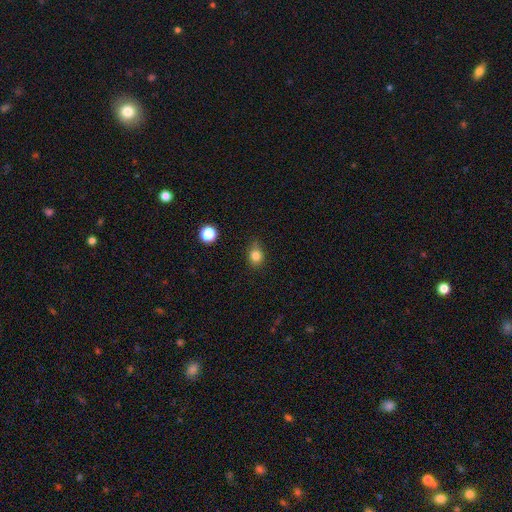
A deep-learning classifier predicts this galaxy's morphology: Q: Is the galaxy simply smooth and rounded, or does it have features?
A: smooth — 81%.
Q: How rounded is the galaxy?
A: round — 63%.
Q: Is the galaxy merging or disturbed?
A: none — 71%.